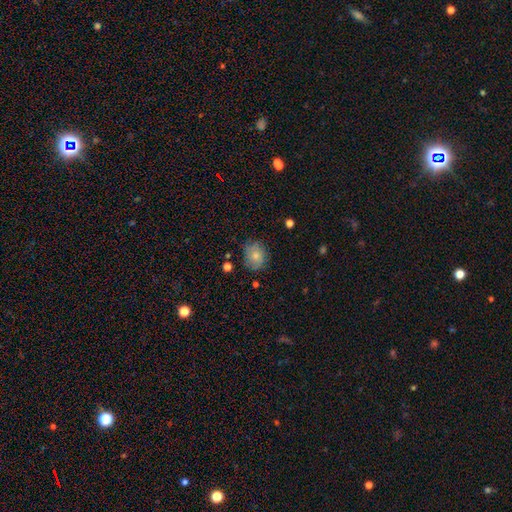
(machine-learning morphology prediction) type=smooth (73%); roundness=round (67%); merging=none (72%).